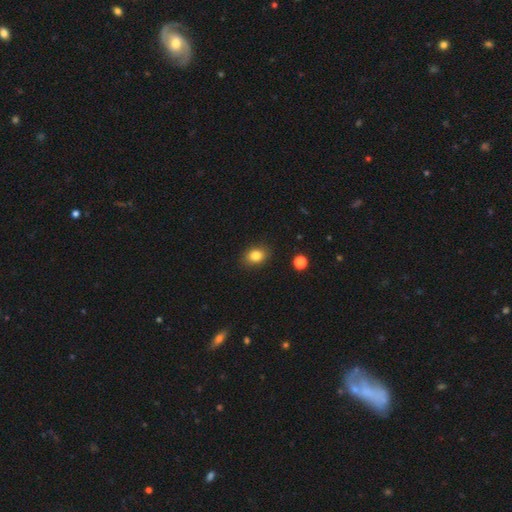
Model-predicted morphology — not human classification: Smooth or featured: smooth — 83% (star or artifact — 10%)
How rounded: in between — 63% (round — 35%)
Merging: none — 87% (minor disturbance — 9%)